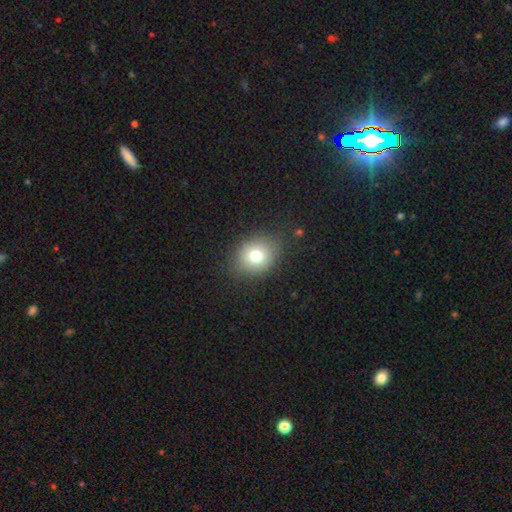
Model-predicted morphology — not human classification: smooth-or-featured: smooth: 75% | star or artifact: 13% | featured or disk: 12%
  how-rounded: round: 60% | in between: 39% | cigar-shaped: 1%
  merging: none: 83% | minor disturbance: 11% | major disturbance: 4% | merger: 1%